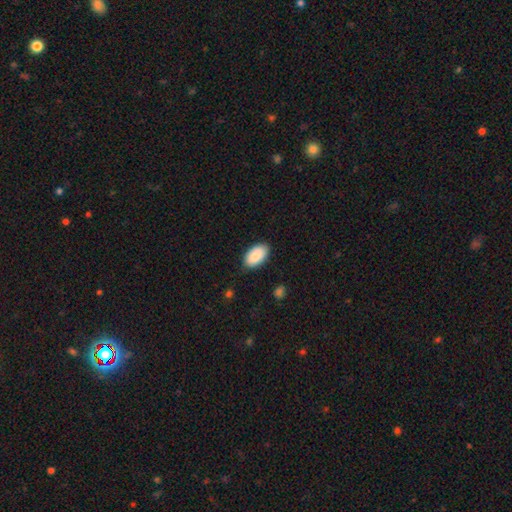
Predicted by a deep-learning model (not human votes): smooth 88%, featured or disk 6%, star or artifact 6%. Down the decision tree: how rounded — in between (95%); merging — none (82%).